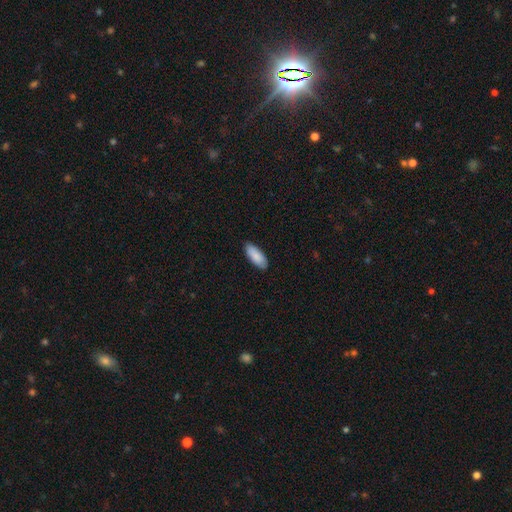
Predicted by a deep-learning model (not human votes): smooth-or-featured: smooth: 89% | featured or disk: 5% | star or artifact: 5%
  how-rounded: in between: 80% | cigar-shaped: 18% | round: 2%
  merging: none: 88% | minor disturbance: 9% | major disturbance: 2% | merger: 1%